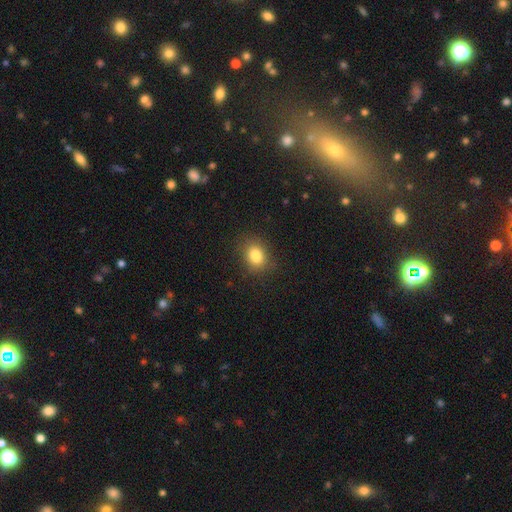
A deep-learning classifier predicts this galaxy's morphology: A smooth galaxy with no disk features (83%) that is round (50%).

Vote fractions:
- Smooth or featured? smooth: 83% / star or artifact: 11% / featured or disk: 6%
- How rounded? round: 50% / in between: 49% / cigar-shaped: 1%
- Merging? none: 86% / minor disturbance: 10% / major disturbance: 3% / merger: 1%